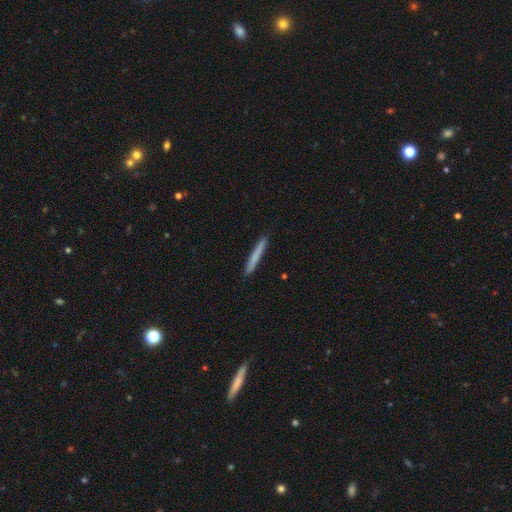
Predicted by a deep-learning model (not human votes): smooth_or_featured: smooth (p=0.74) [alt: featured or disk p=0.21]
how_rounded: cigar-shaped (p=0.97) [alt: in between p=0.02]
merging: none (p=0.92) [alt: minor disturbance p=0.06]